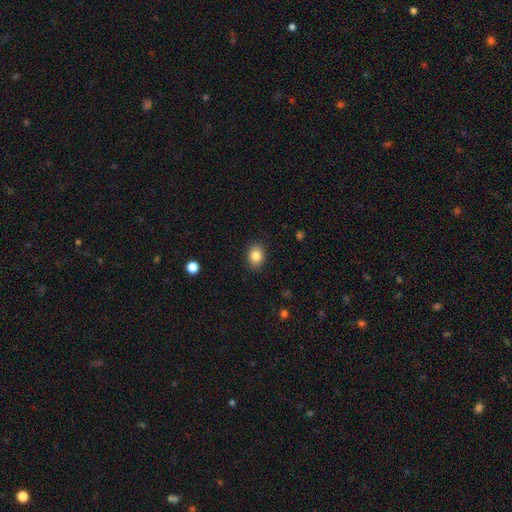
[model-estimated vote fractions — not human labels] A smooth galaxy with no disk features (84%) that is in between round and cigar-shaped (58%).

Vote fractions:
- Smooth or featured? smooth: 84% / star or artifact: 9% / featured or disk: 6%
- How rounded? in between: 58% / round: 41% / cigar-shaped: 1%
- Merging? none: 88% / minor disturbance: 9% / major disturbance: 2% / merger: 1%